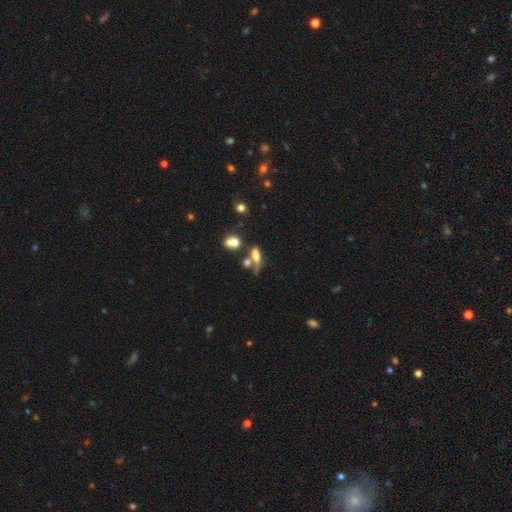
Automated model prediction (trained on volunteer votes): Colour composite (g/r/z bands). It shows a smooth galaxy with no disk features (61%) that is in between round and cigar-shaped (59%). Merging: none (37%).